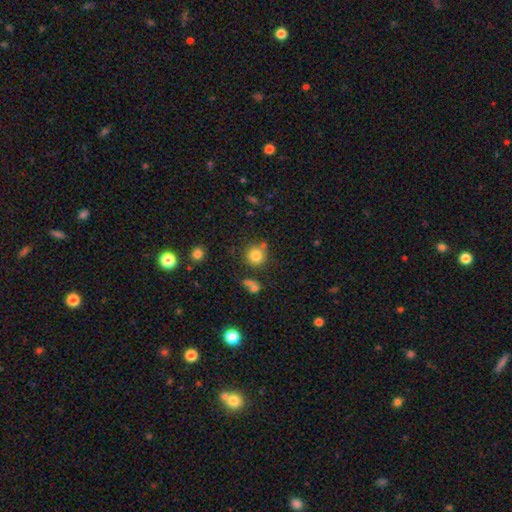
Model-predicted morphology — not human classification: Q: Smooth or featured?
A: smooth (80%); runner-up: star or artifact (12%)
Q: How rounded?
A: round (91%); runner-up: in between (8%)
Q: Merging?
A: none (72%); runner-up: merger (13%)